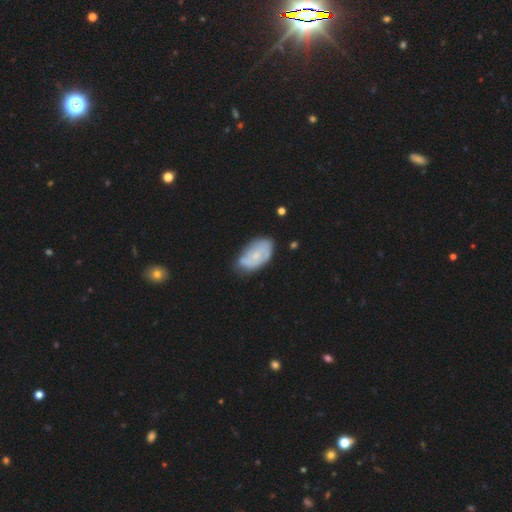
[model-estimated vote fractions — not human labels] Smooth or featured? Predicted: smooth (p=0.49). Merging? Predicted: none (p=0.56).